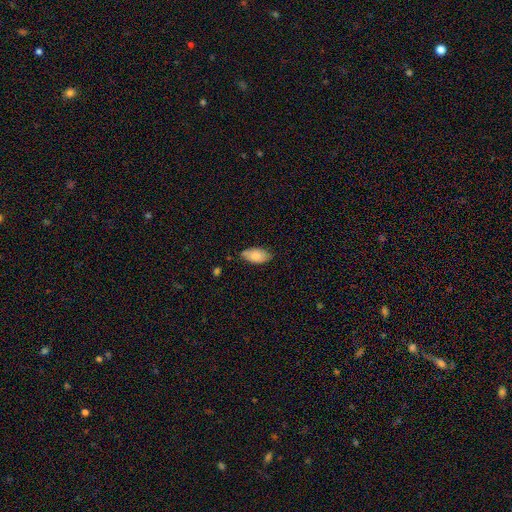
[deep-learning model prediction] smooth 78%, featured or disk 15%, star or artifact 7%. Down the decision tree: how rounded — in between (94%); merging — none (74%).